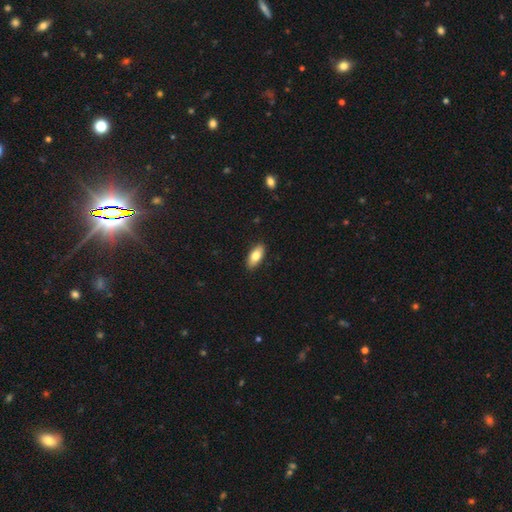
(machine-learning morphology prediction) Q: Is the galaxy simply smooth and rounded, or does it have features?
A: smooth — 79%.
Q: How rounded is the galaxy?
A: in between — 86%.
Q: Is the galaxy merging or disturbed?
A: none — 89%.